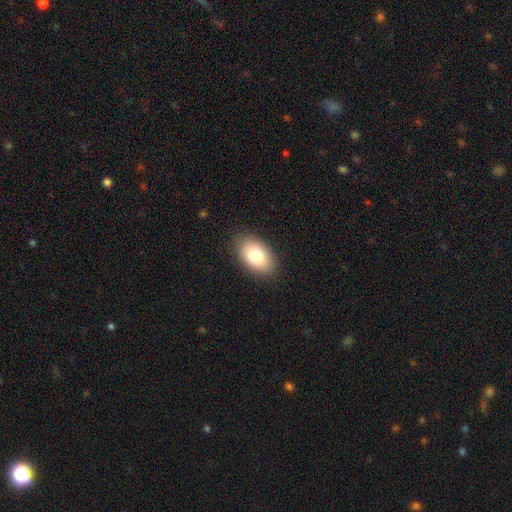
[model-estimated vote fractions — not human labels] Overall: smooth (80%). How rounded: in between (91%). Merging: none (87%).